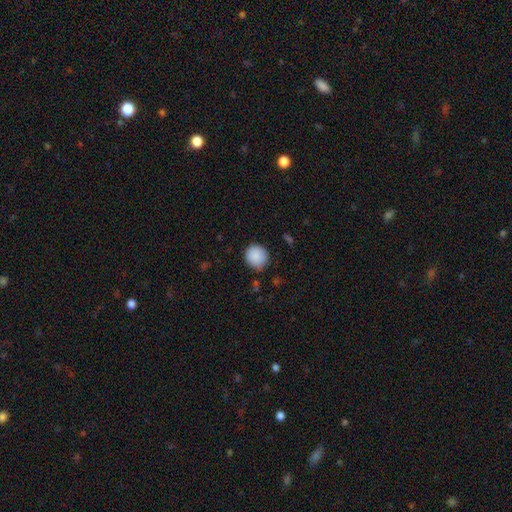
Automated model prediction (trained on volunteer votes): Morphology: type=smooth (89%); roundness=round (87%); merging=none (81%).